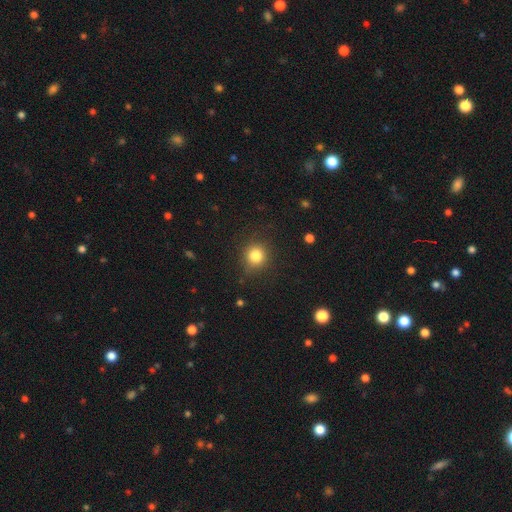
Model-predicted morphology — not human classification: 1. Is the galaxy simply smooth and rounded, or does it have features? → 82% smooth, 12% star or artifact, 6% featured or disk.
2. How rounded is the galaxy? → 89% round, 10% in between, 1% cigar-shaped.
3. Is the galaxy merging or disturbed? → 86% none, 10% minor disturbance, 3% major disturbance, 1% merger.